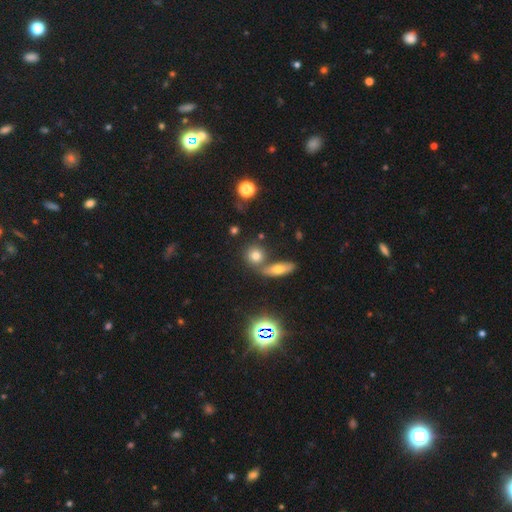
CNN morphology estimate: smooth 72%, star or artifact 15%, featured or disk 12%. Down the decision tree: how rounded — round (76%); merging — none (58%).